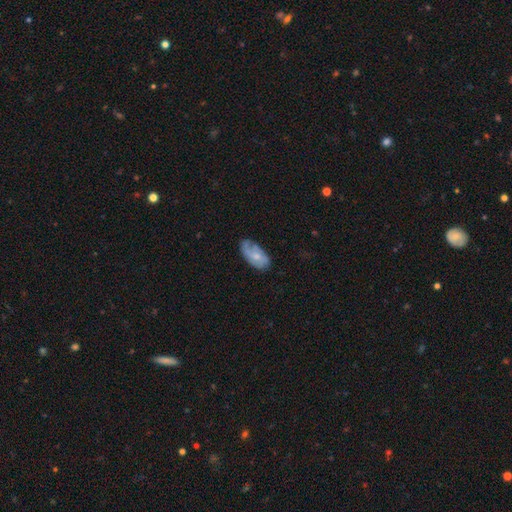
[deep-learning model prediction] Smooth or featured? smooth (48%)
Merging? none (54%)